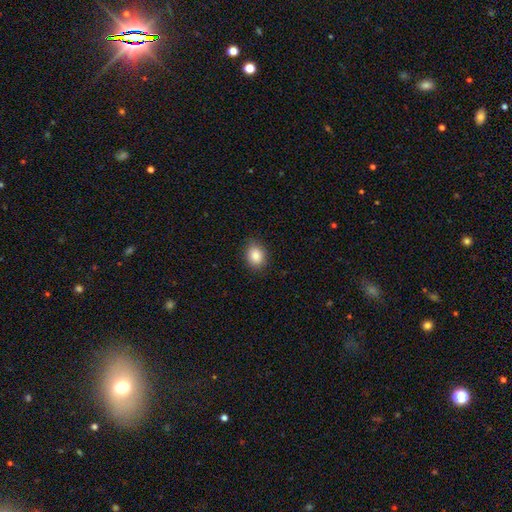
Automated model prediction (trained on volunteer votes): Q: Smooth or featured?
A: smooth (87%); runner-up: star or artifact (9%)
Q: How rounded?
A: in between (54%); runner-up: round (45%)
Q: Merging?
A: none (86%); runner-up: minor disturbance (10%)